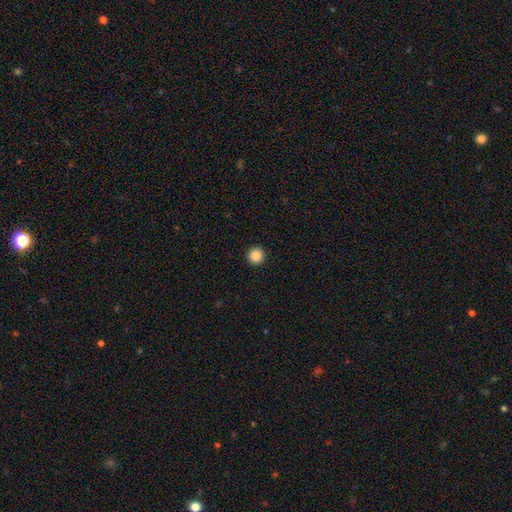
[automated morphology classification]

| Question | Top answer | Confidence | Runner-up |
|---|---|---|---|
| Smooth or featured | smooth | 88% | star or artifact (10%) |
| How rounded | round | 96% | in between (3%) |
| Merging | none | 94% | minor disturbance (4%) |